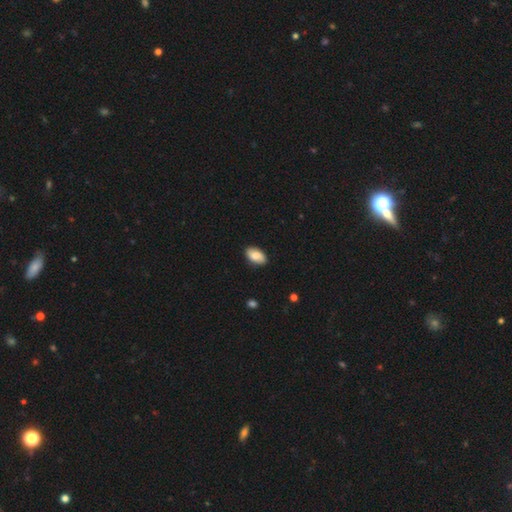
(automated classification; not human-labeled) Q: Smooth or featured?
A: smooth (78%); runner-up: featured or disk (16%)
Q: How rounded?
A: in between (94%); runner-up: round (5%)
Q: Merging?
A: none (87%); runner-up: minor disturbance (10%)